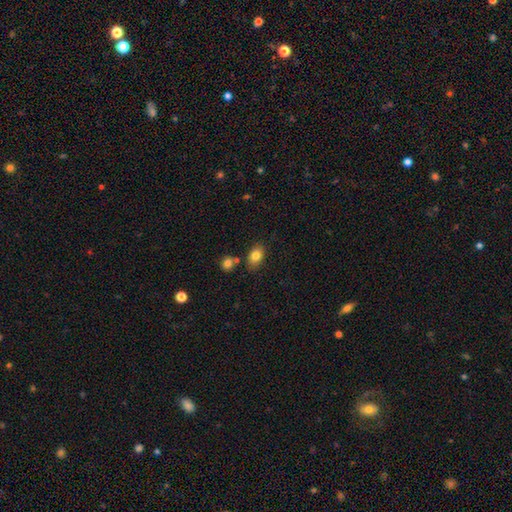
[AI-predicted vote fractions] A smooth galaxy with no disk features (82%) that is in between round and cigar-shaped (80%). Merging: none (77%).